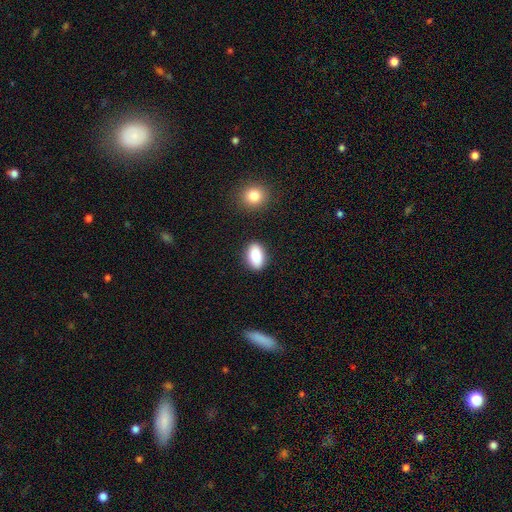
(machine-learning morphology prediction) Smooth or featured? Predicted: smooth (p=0.86). How rounded? Predicted: in between (p=0.89). Merging? Predicted: none (p=0.86).